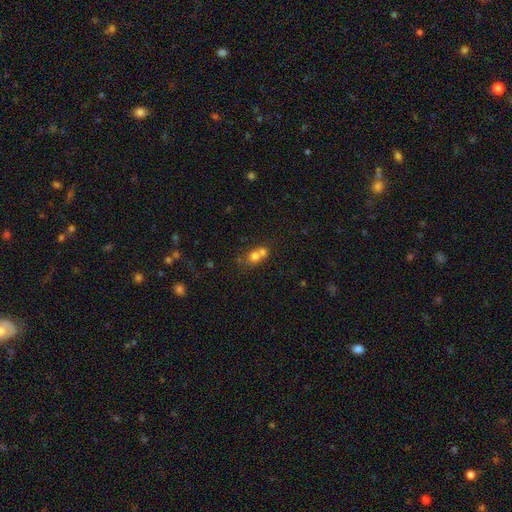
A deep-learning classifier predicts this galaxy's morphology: The model was most divided on "merging": merger: 63%, none: 27%, minor disturbance: 6%, major disturbance: 3%. More confident: how rounded — round (72%); smooth or featured — smooth (71%).